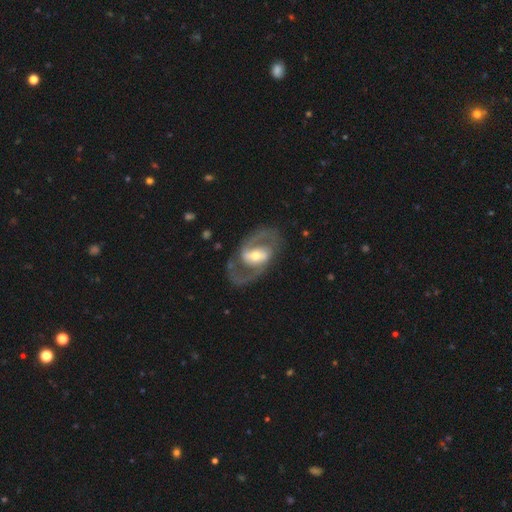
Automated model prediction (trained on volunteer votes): A featured or disk galaxy (88%) with a strong bar (42%), 2 (91%) medium (59%) spiral arms (93%) and a moderate central bulge (61%). Merging: none (77%).